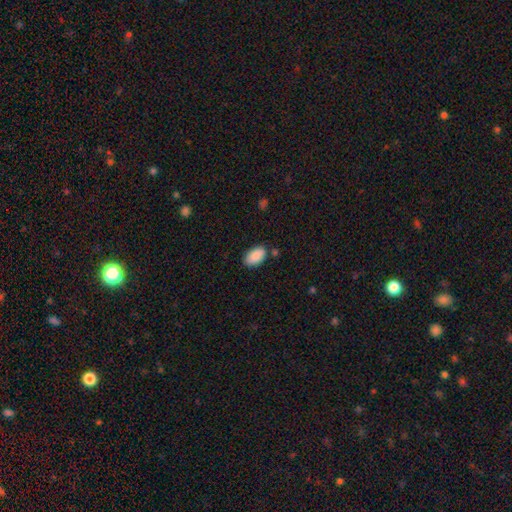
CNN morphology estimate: smooth_or_featured: smooth (p=0.89) [alt: star or artifact p=0.06]
how_rounded: in between (p=0.94) [alt: round p=0.04]
merging: none (p=0.81) [alt: minor disturbance p=0.13]